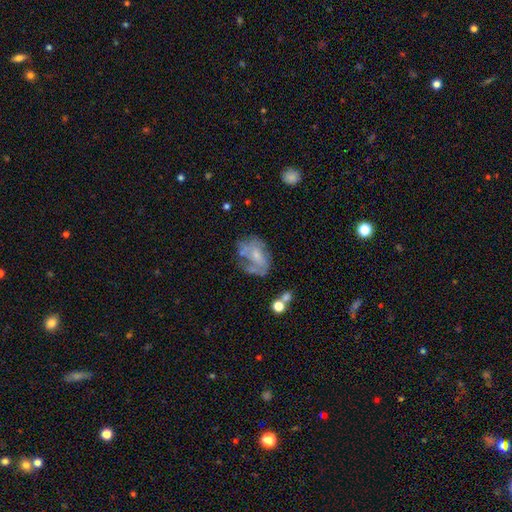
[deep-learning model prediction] Smooth or featured?
  - featured or disk: 57% *
  - smooth: 34%
  - star or artifact: 9%
Edge-on disk?
  - no: 96% *
  - yes: 4%
Bar?
  - no: 69% *
  - weak: 26%
  - strong: 5%
Spiral arms?
  - yes: 51% *
  - no: 49%
Bulge size?
  - small: 57% *
  - moderate: 28%
  - none: 12%
  - large: 2%
  - dominant: 1%
Merging?
  - none: 41% *
  - minor disturbance: 26%
  - major disturbance: 24%
  - merger: 9%